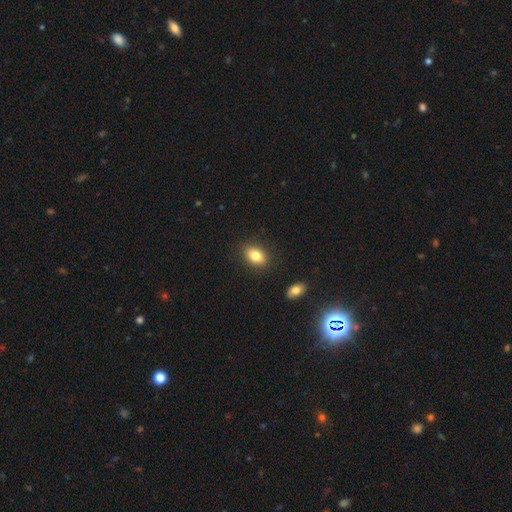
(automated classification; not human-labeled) This appears to be a smooth galaxy with no disk features (82%) that is in between round and cigar-shaped (82%). Merging: none (87%).